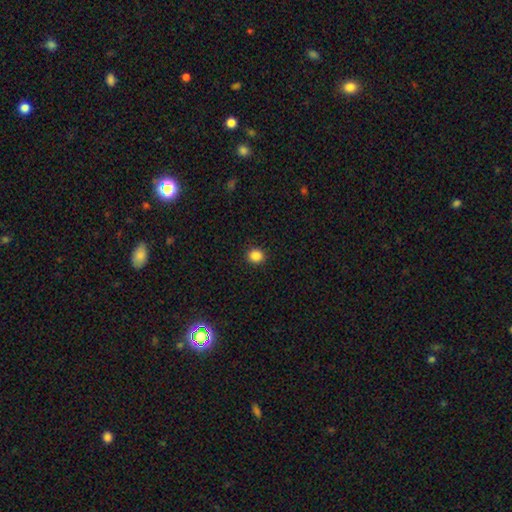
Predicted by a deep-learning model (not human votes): Overall: smooth (86%). How rounded: round (81%). Merging: none (91%).